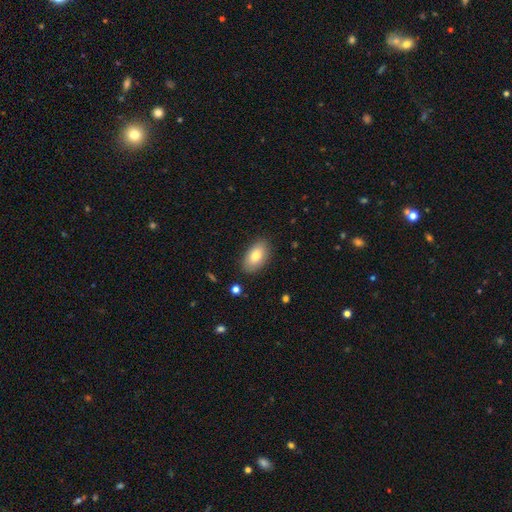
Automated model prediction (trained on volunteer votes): This is clearly a smooth galaxy (80%). How rounded: clearly in between (93%). Merging: clearly none (85%).